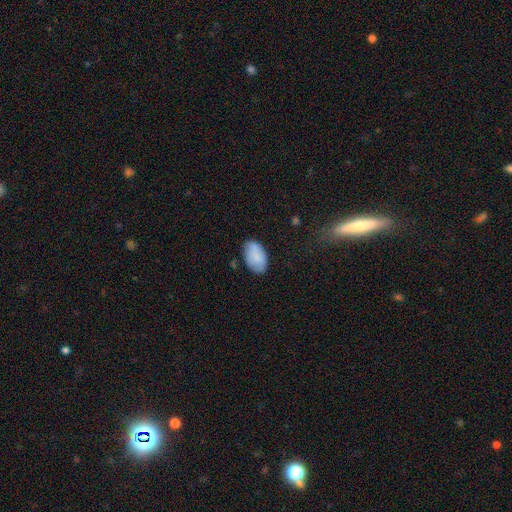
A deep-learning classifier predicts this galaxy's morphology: smooth 82%, featured or disk 12%, star or artifact 7%. Down the decision tree: how rounded — in between (94%); merging — none (75%).